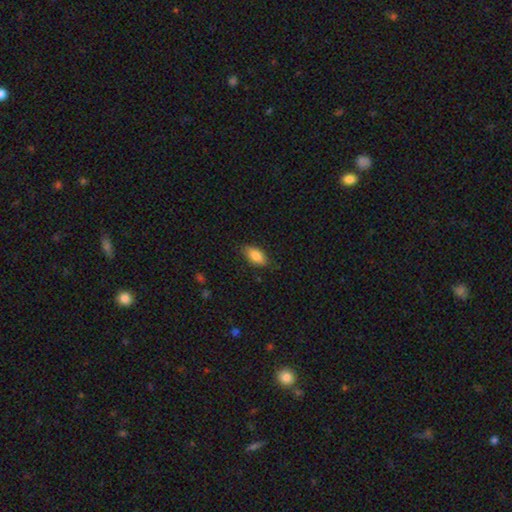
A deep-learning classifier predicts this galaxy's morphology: Smooth or featured?
  - smooth: 83% *
  - featured or disk: 10%
  - star or artifact: 7%
How rounded?
  - in between: 88% *
  - cigar-shaped: 9%
  - round: 3%
Merging?
  - none: 80% *
  - minor disturbance: 16%
  - major disturbance: 3%
  - merger: 1%